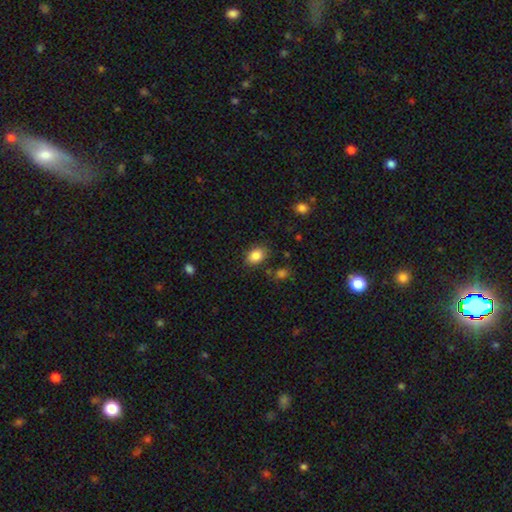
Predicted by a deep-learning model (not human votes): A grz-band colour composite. It shows a smooth galaxy with no disk features (85%) that is in between round and cigar-shaped (73%). Merging: none (80%).